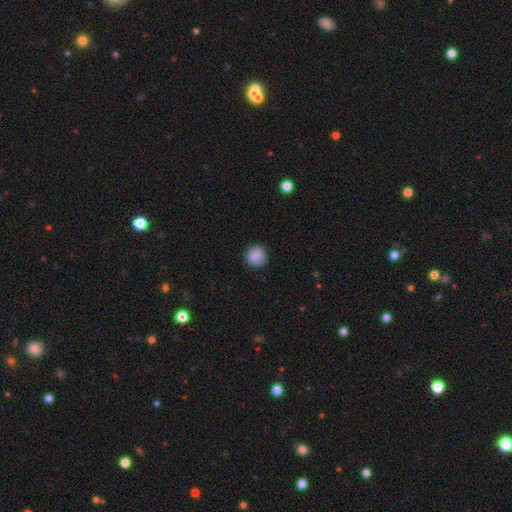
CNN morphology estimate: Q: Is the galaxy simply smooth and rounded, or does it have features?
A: smooth — 89%.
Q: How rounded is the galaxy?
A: round — 92%.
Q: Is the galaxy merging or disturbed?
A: none — 91%.